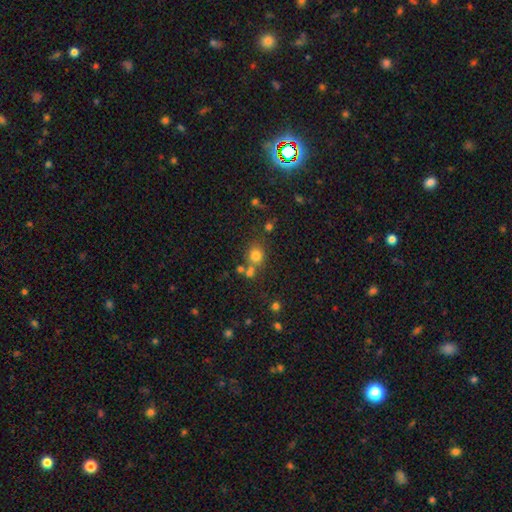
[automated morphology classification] Overall: smooth (74%). How rounded: round (81%). Merging: none (62%).